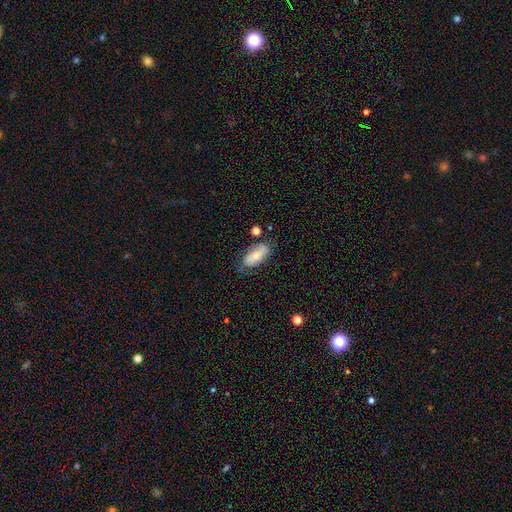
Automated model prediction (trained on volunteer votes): Smooth or featured: smooth — 63% (featured or disk — 29%)
How rounded: in between — 87% (cigar-shaped — 10%)
Merging: none — 63% (minor disturbance — 25%)